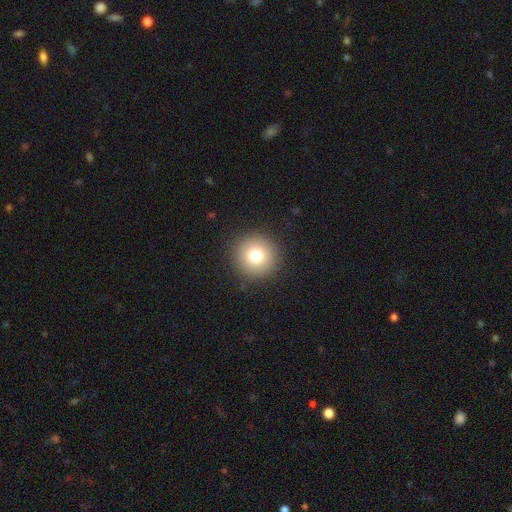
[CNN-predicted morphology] This appears to be a smooth galaxy with no disk features (78%) that is round (96%). Merging: none (92%).